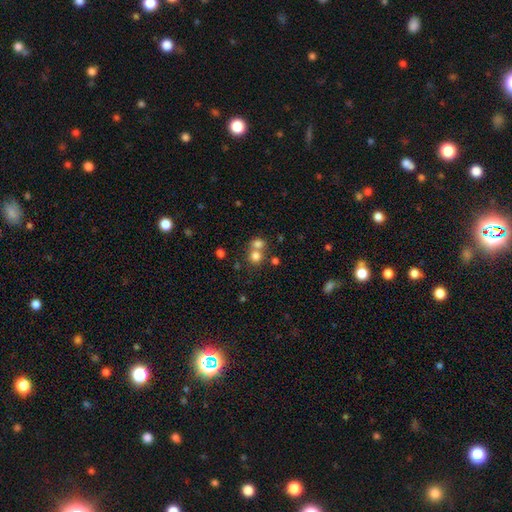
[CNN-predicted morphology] smooth 74%, star or artifact 14%, featured or disk 12%. Down the decision tree: how rounded — round (83%); merging — merger (48%).